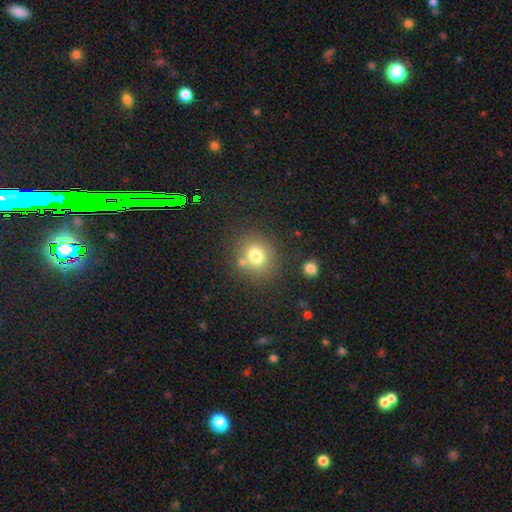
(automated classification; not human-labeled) Smooth or featured? Predicted: smooth (p=0.76). How rounded? Predicted: round (p=0.79). Merging? Predicted: none (p=0.73).